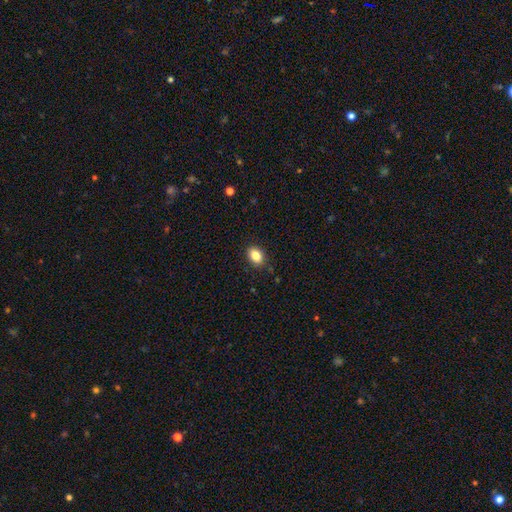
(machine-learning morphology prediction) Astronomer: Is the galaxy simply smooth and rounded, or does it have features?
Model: smooth — 85%.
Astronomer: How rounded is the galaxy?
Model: in between — 74%.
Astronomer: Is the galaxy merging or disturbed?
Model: none — 87%.